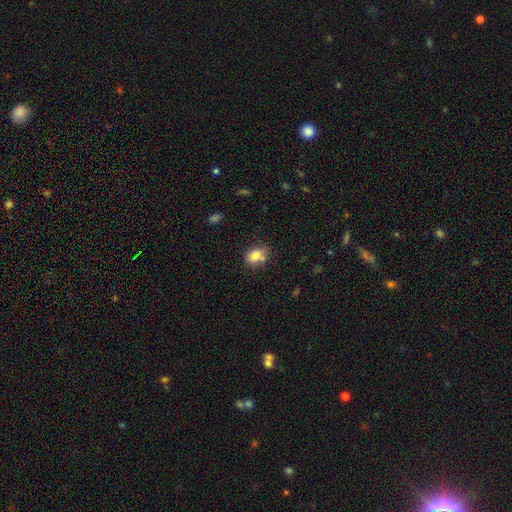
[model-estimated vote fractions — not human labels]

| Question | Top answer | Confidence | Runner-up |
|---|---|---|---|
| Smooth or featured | smooth | 78% | featured or disk (12%) |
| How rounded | in between | 59% | round (39%) |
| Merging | none | 59% | merger (18%) |